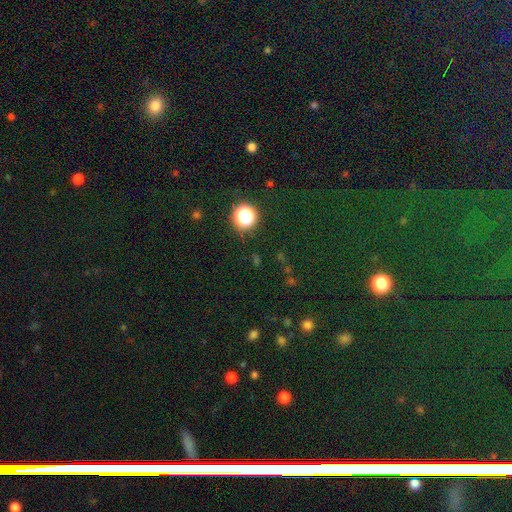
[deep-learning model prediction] Morphology: type=star or artifact (59%).